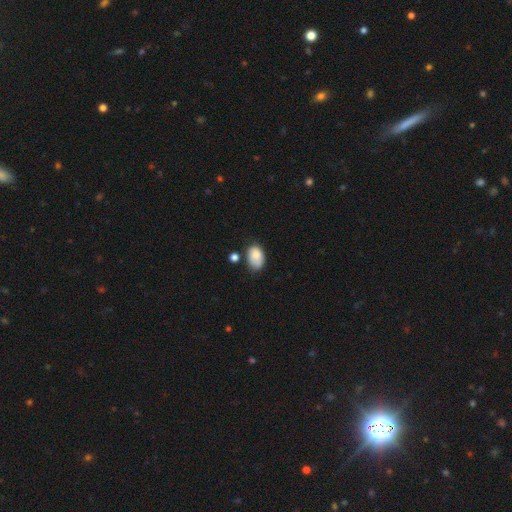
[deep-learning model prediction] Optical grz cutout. It shows a smooth galaxy with no disk features (82%) that is in between round and cigar-shaped (87%). Merging: none (55%).